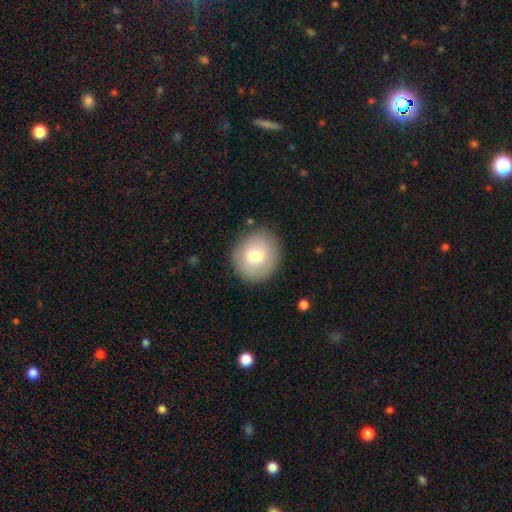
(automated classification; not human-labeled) This is likely a smooth galaxy (73%). How rounded: likely round (80%). Merging: clearly none (86%).